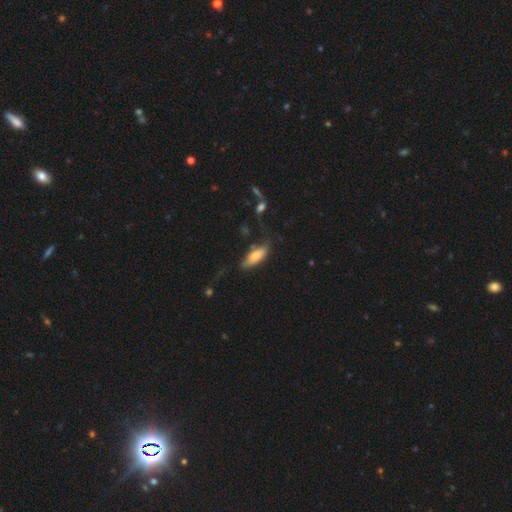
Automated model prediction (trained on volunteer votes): This is likely a smooth galaxy (72%). How rounded: likely in between (65%). Merging: likely none (60%).